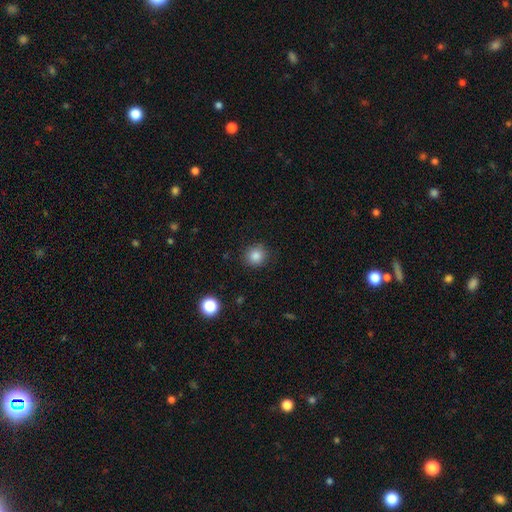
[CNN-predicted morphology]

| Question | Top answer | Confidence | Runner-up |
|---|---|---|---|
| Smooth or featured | smooth | 84% | star or artifact (11%) |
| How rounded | round | 90% | in between (9%) |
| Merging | none | 88% | minor disturbance (8%) |